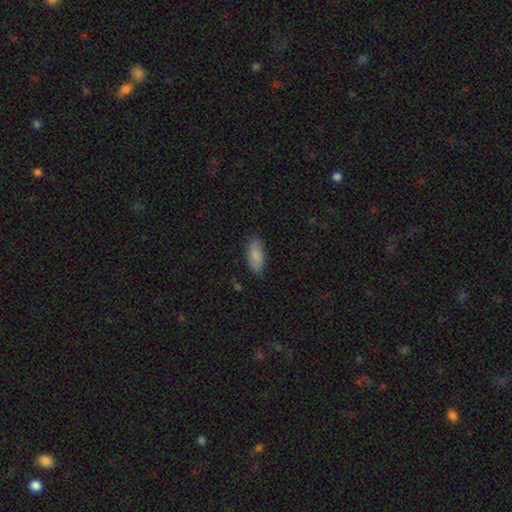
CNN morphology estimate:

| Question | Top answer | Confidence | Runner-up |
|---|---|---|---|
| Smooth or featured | smooth | 85% | featured or disk (9%) |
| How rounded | in between | 85% | cigar-shaped (13%) |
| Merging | none | 82% | minor disturbance (14%) |